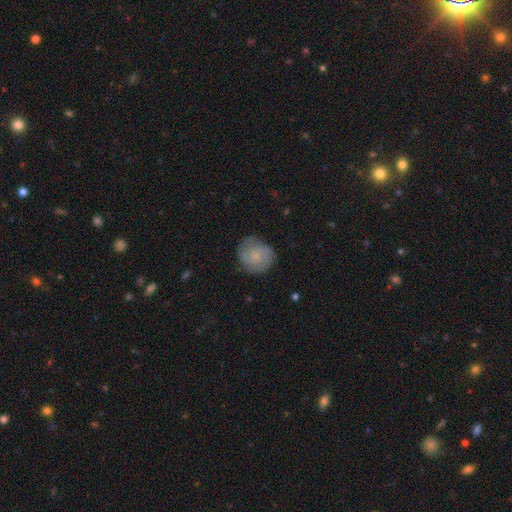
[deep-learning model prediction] Smooth or featured? Predicted: featured or disk (p=0.53). Edge-on disk? Predicted: no (p=0.98). Bar? Predicted: no (p=0.75). Spiral arms? Predicted: yes (p=0.87). Bulge size? Predicted: small (p=0.68). Merging? Predicted: none (p=0.76).